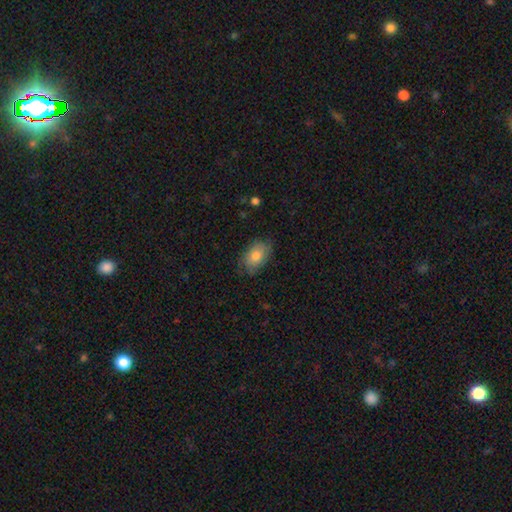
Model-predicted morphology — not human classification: The model was most divided on "merging": none: 72%, minor disturbance: 21%, major disturbance: 5%, merger: 1%. More confident: how rounded — in between (88%); smooth or featured — smooth (75%).